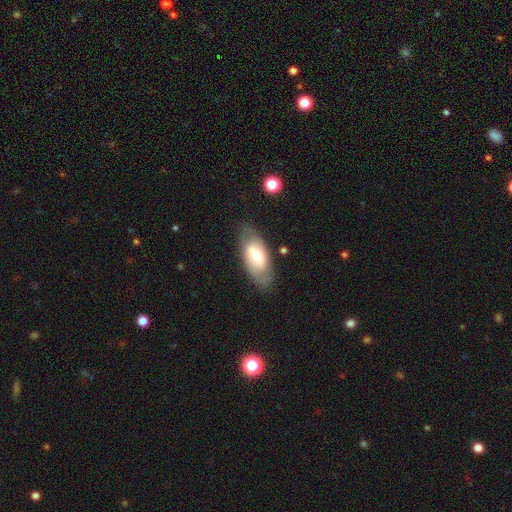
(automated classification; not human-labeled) A smooth galaxy with no disk features (57%) that is in between round and cigar-shaped (89%).

Vote fractions:
- Smooth or featured? smooth: 57% / featured or disk: 36% / star or artifact: 7%
- How rounded? in between: 89% / cigar-shaped: 8% / round: 3%
- Merging? none: 77% / minor disturbance: 16% / major disturbance: 5% / merger: 2%